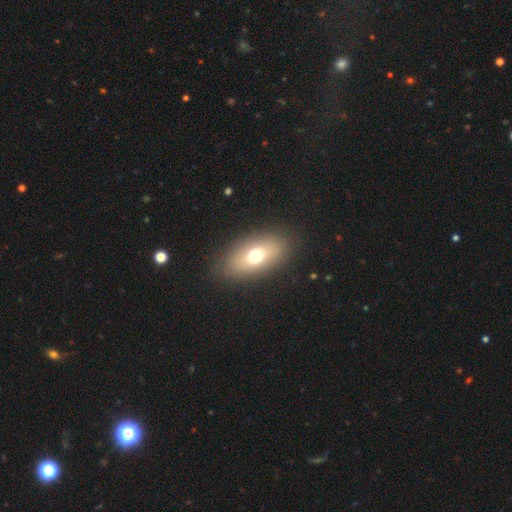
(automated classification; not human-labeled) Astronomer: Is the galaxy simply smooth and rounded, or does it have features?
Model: smooth — 68%.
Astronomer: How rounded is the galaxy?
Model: in between — 85%.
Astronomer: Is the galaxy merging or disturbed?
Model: none — 85%.